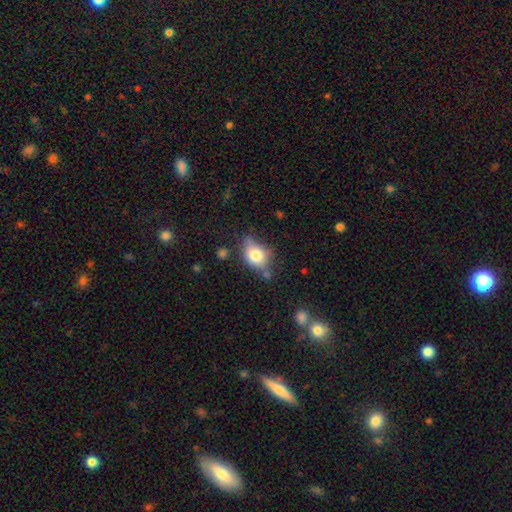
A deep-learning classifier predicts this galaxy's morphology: Q: Smooth or featured?
A: smooth (61%); runner-up: star or artifact (20%)
Q: How rounded?
A: in between (49%); runner-up: round (46%)
Q: Merging?
A: none (68%); runner-up: minor disturbance (20%)